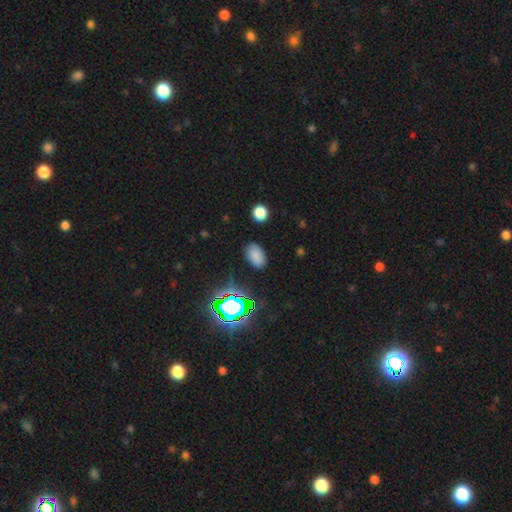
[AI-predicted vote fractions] Smooth or featured?
  - smooth: 77% *
  - star or artifact: 17%
  - featured or disk: 6%
How rounded?
  - in between: 91% *
  - round: 8%
  - cigar-shaped: 1%
Merging?
  - none: 84% *
  - minor disturbance: 11%
  - major disturbance: 3%
  - merger: 2%